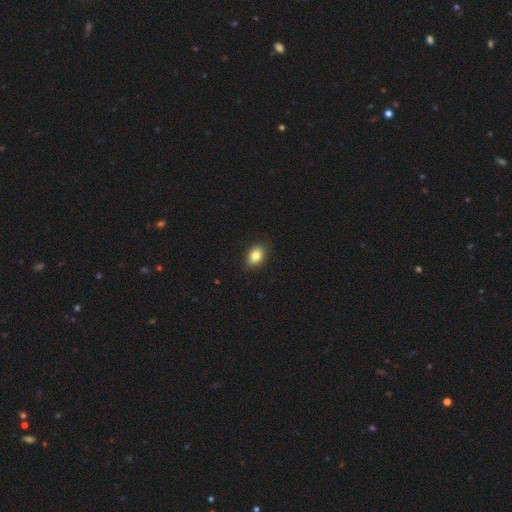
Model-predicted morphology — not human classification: Q: Smooth or featured?
A: smooth (84%); runner-up: star or artifact (9%)
Q: How rounded?
A: in between (75%); runner-up: round (23%)
Q: Merging?
A: none (87%); runner-up: minor disturbance (10%)